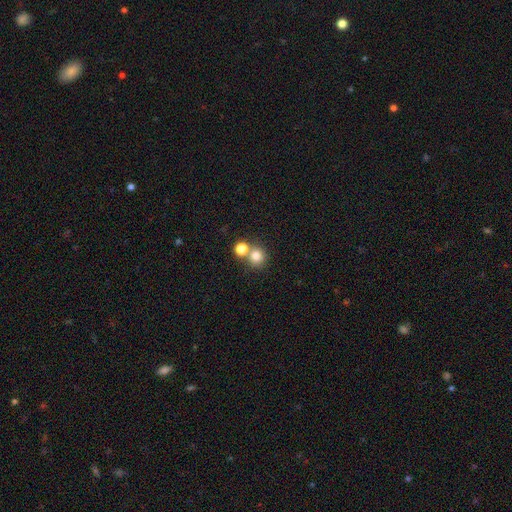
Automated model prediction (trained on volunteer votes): Overall: smooth (79%). How rounded: round (89%). Merging: none (57%; merger 34%).